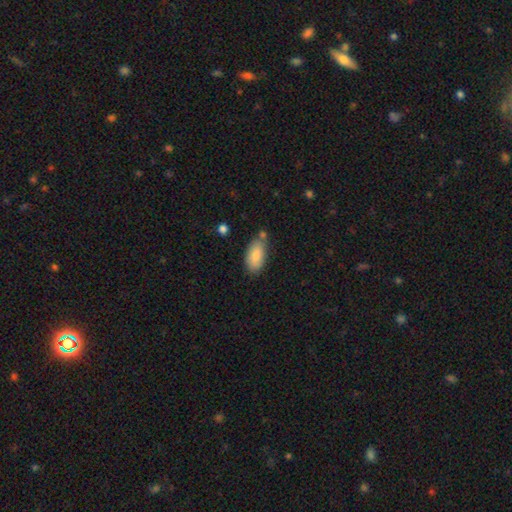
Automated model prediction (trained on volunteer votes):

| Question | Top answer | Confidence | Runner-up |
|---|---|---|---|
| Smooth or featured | smooth | 83% | featured or disk (11%) |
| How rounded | in between | 92% | cigar-shaped (6%) |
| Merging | none | 66% | minor disturbance (20%) |